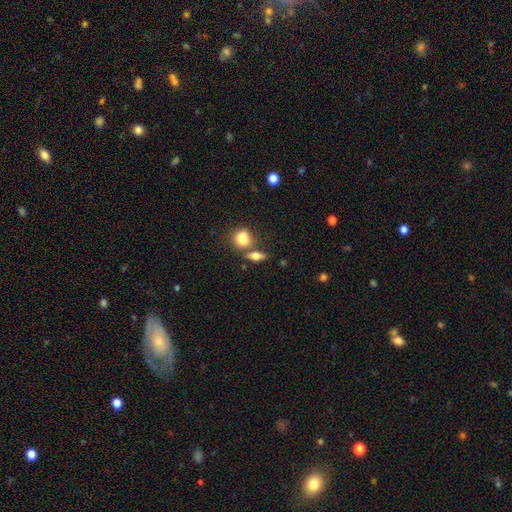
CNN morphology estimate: smooth 70%, featured or disk 20%, star or artifact 10%. Down the decision tree: how rounded — in between (57%); merging — none (56%).